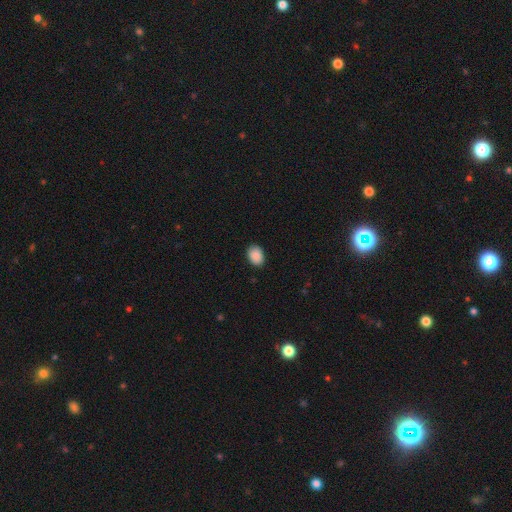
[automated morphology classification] type=smooth (90%); roundness=in between (76%); merging=none (87%).